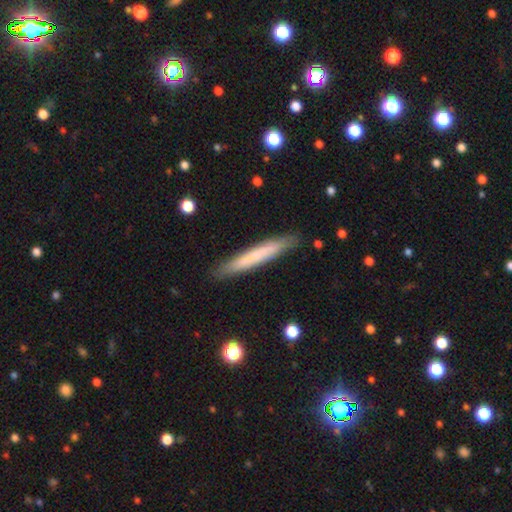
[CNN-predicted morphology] Q: Smooth or featured?
A: smooth (63%); runner-up: featured or disk (32%)
Q: How rounded?
A: cigar-shaped (96%); runner-up: in between (3%)
Q: Merging?
A: none (89%); runner-up: minor disturbance (8%)